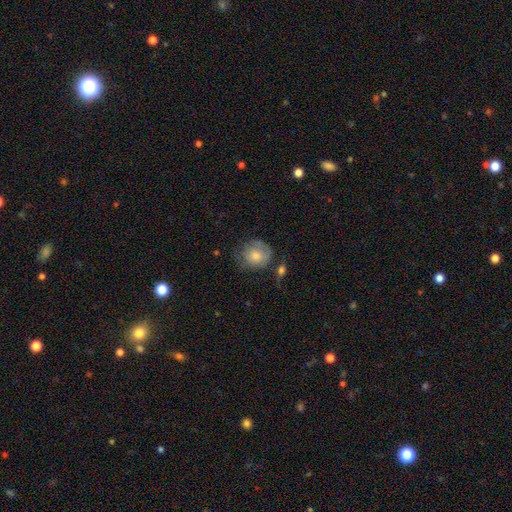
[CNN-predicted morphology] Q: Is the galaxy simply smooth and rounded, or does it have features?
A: smooth — 59%.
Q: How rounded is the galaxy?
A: round — 74%.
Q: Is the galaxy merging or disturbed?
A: none — 58%.